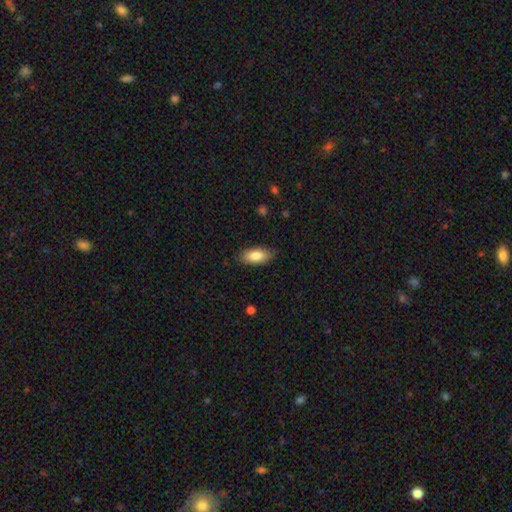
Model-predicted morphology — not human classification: smooth-or-featured: smooth: 85% | featured or disk: 9% | star or artifact: 6%
  how-rounded: in between: 87% | cigar-shaped: 10% | round: 2%
  merging: none: 84% | minor disturbance: 12% | major disturbance: 3% | merger: 1%